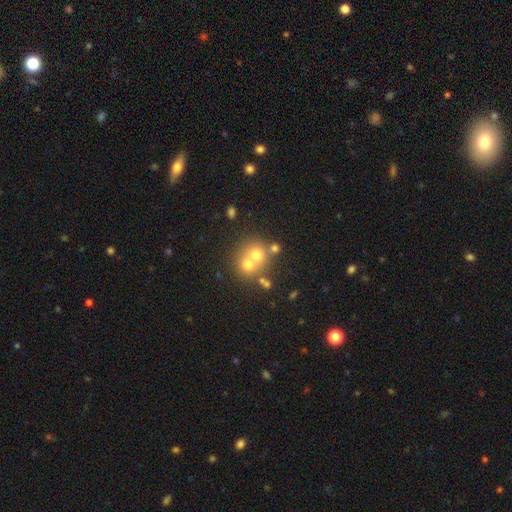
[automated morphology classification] smooth 61%, featured or disk 24%, star or artifact 15%. Down the decision tree: how rounded — round (82%); merging — merger (53%).